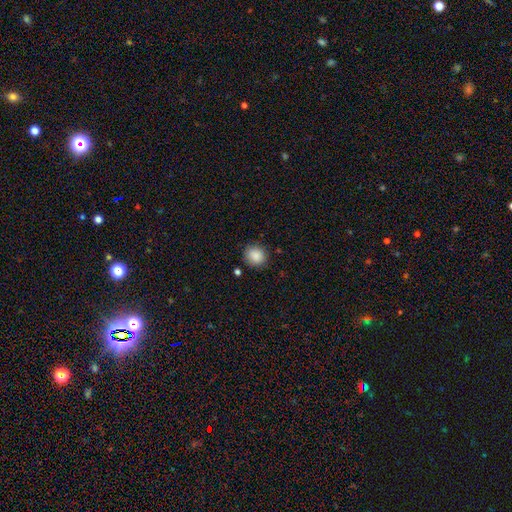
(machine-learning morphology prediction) A smooth galaxy with no disk features (88%) that is round (83%).

Vote fractions:
- Smooth or featured? smooth: 88% / star or artifact: 8% / featured or disk: 4%
- How rounded? round: 83% / in between: 16% / cigar-shaped: 1%
- Merging? none: 84% / minor disturbance: 11% / major disturbance: 3% / merger: 2%